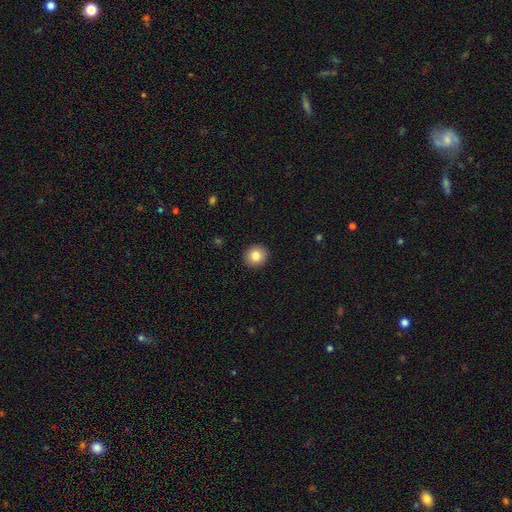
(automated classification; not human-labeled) This is clearly a smooth galaxy (82%). How rounded: clearly round (88%). Merging: clearly none (92%).